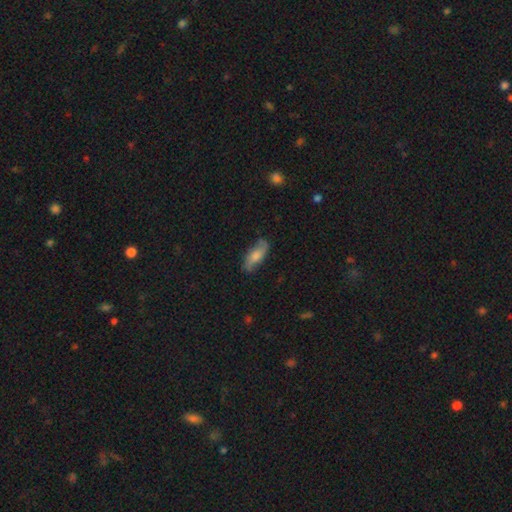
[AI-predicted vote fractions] Smooth or featured? smooth (50%)
Merging? none (78%)